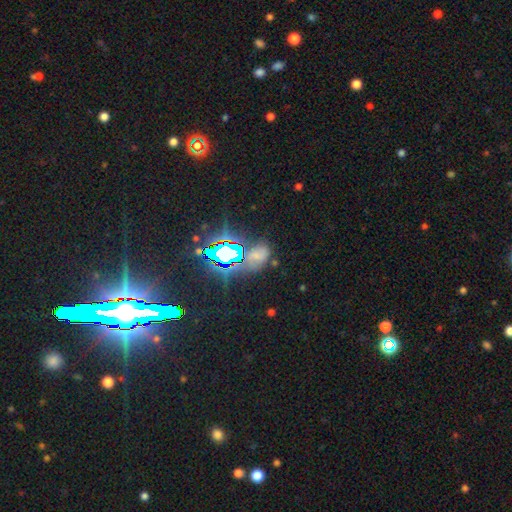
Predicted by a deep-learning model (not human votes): Smooth or featured: star or artifact — 53% (smooth — 33%)